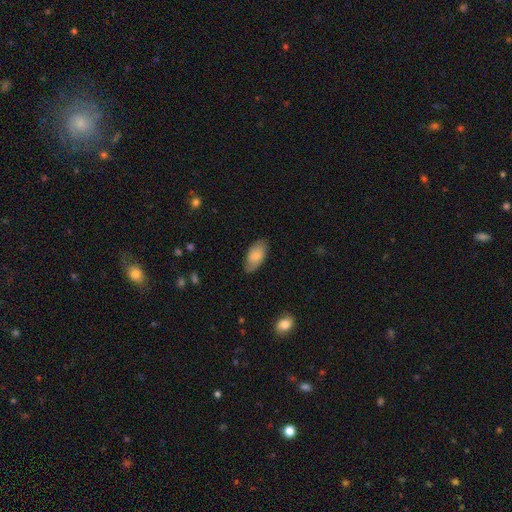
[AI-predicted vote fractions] A smooth galaxy with no disk features (74%) that is in between round and cigar-shaped (94%). Merging: none (78%).